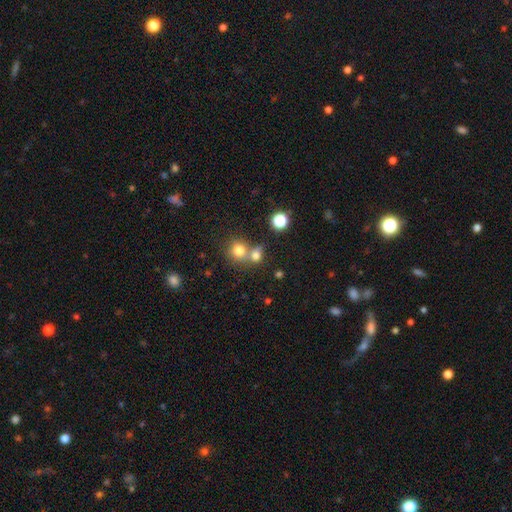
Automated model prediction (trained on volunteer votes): smooth 74%, star or artifact 16%, featured or disk 10%. Down the decision tree: how rounded — round (72%); merging — merger (45%).